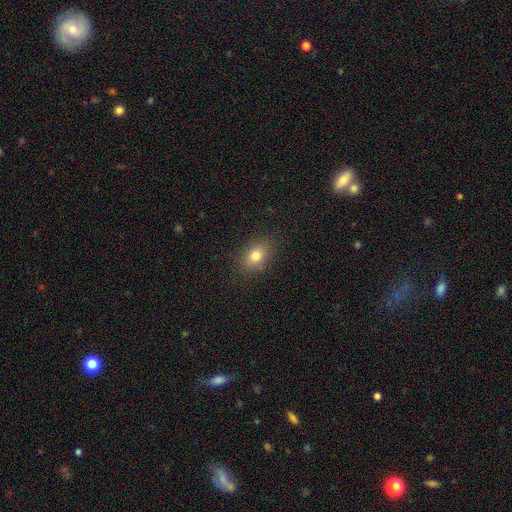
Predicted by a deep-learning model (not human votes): Q: Smooth or featured?
A: smooth (79%); runner-up: star or artifact (12%)
Q: How rounded?
A: in between (70%); runner-up: round (28%)
Q: Merging?
A: none (86%); runner-up: minor disturbance (10%)